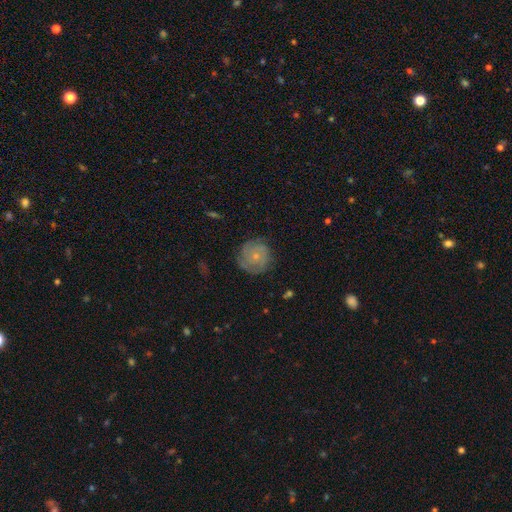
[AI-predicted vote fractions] Smooth or featured?
  - featured or disk: 53% *
  - smooth: 39%
  - star or artifact: 8%
Edge-on disk?
  - no: 97% *
  - yes: 3%
Bar?
  - no: 86% *
  - weak: 12%
  - strong: 2%
Spiral arms?
  - yes: 81% *
  - no: 19%
Bulge size?
  - small: 74% *
  - moderate: 21%
  - none: 3%
  - large: 1%
  - dominant: 1%
Merging?
  - none: 76% *
  - minor disturbance: 17%
  - major disturbance: 6%
  - merger: 1%